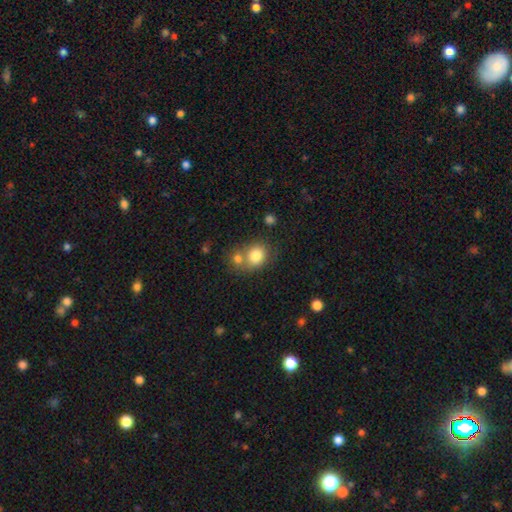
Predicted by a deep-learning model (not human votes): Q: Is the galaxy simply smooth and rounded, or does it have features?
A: smooth — 80%.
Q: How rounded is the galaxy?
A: round — 63%.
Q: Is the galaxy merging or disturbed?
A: none — 45%.